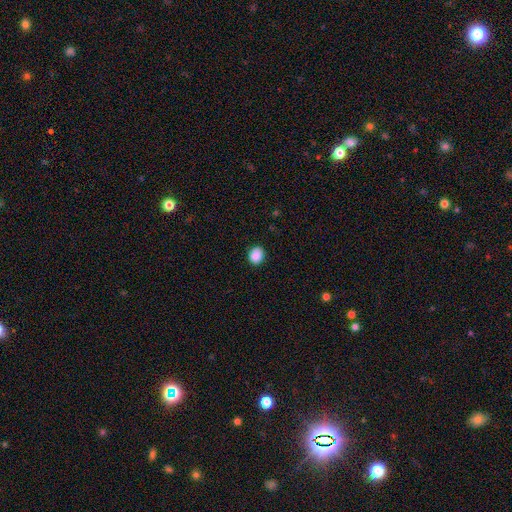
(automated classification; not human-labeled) Smooth or featured? Predicted: smooth (p=0.88). How rounded? Predicted: round (p=0.57). Merging? Predicted: none (p=0.85).